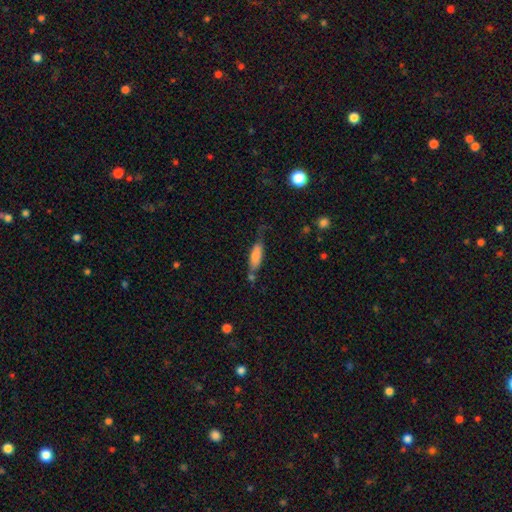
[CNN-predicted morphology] Overall: smooth (75%). How rounded: in between (49%, tied with cigar-shaped). Merging: none (50%; minor disturbance 29%).